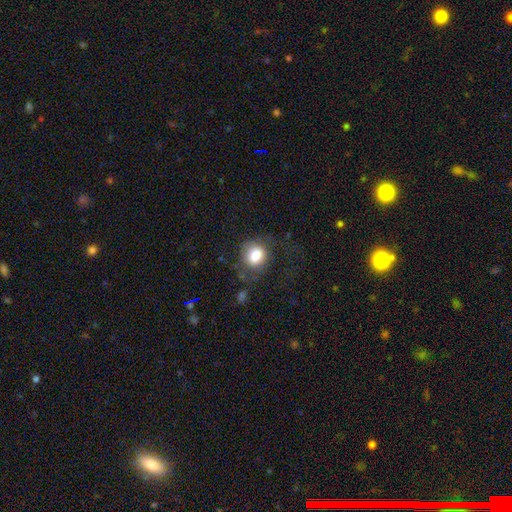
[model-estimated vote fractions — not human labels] Morphology: type=smooth (81%); roundness=round (68%); merging=none (59%).